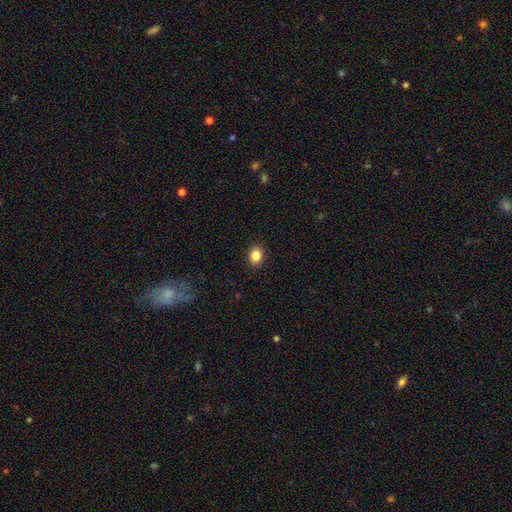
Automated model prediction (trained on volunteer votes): This is clearly a smooth galaxy (85%). How rounded: possibly round (56%). Merging: clearly none (91%).